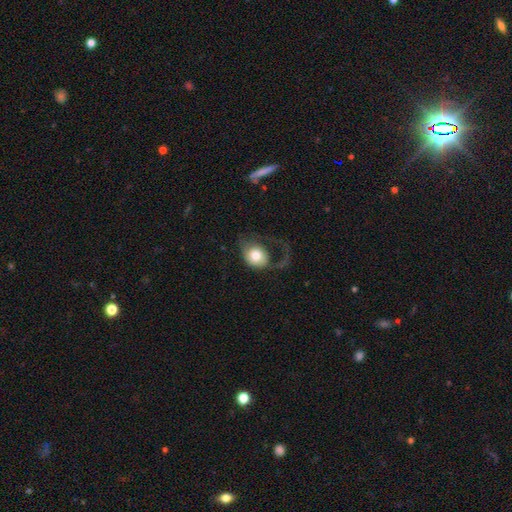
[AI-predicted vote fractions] Smooth or featured? Predicted: smooth (p=0.64). How rounded? Predicted: round (p=0.67). Merging? Predicted: major disturbance (p=0.62).